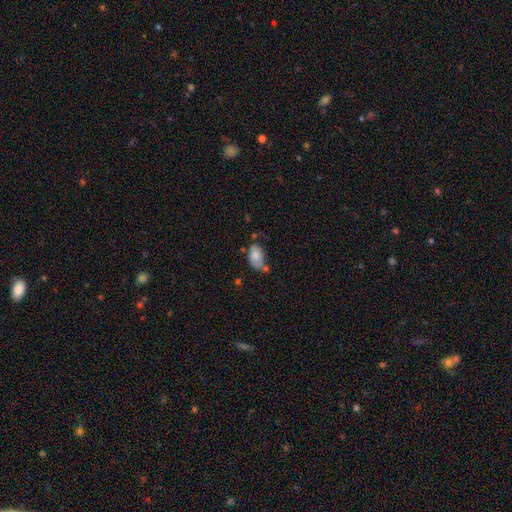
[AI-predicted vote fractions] smooth-or-featured: smooth: 72% | featured or disk: 20% | star or artifact: 8%
  how-rounded: in between: 90% | round: 8% | cigar-shaped: 2%
  merging: none: 40% | minor disturbance: 32% | merger: 16% | major disturbance: 13%